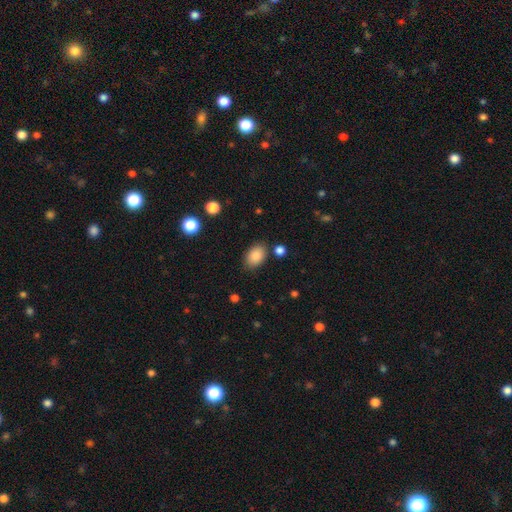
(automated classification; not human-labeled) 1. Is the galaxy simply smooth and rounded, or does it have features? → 87% smooth, 8% star or artifact, 5% featured or disk.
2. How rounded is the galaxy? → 86% in between, 13% round, 1% cigar-shaped.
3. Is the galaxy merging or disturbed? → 81% none, 12% minor disturbance, 4% major disturbance, 3% merger.